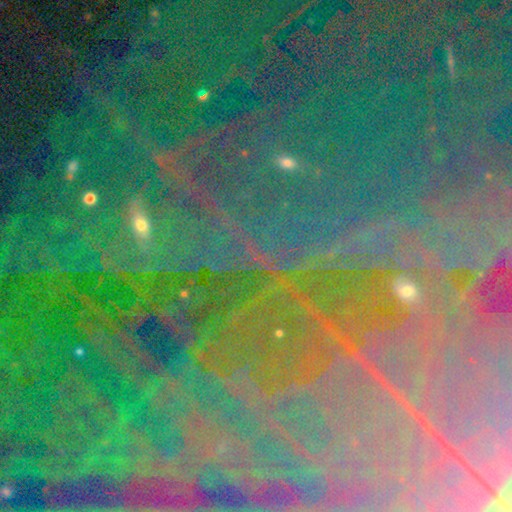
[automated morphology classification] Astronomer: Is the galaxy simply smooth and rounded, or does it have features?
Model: star or artifact — 87%.